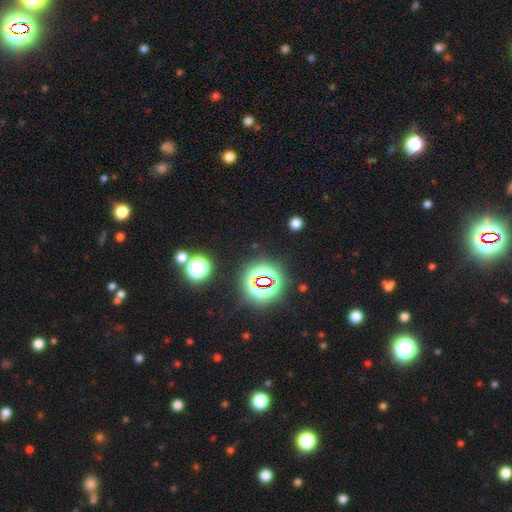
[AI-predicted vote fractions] The model was most divided on "smooth or featured": star or artifact: 81%, smooth: 12%, featured or disk: 7%.